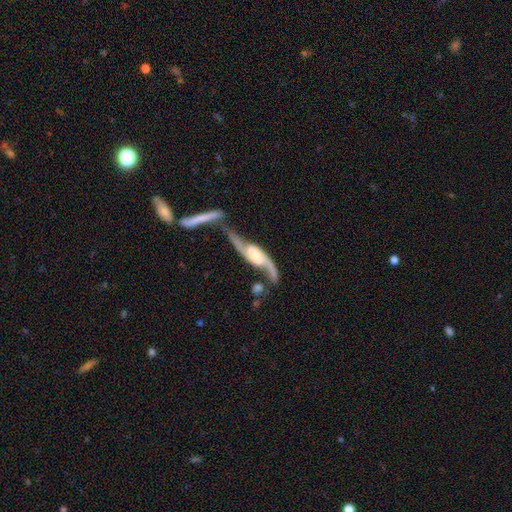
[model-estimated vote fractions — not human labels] featured or disk 87%, smooth 8%, star or artifact 5%. Down the decision tree: edge-on disk — no (87%); bar — no (42%); spiral arms — yes (95%); spiral arm count — 2 (93%); spiral winding — loose (76%); bulge size — moderate (37%, tied with small); merging — none (37%).